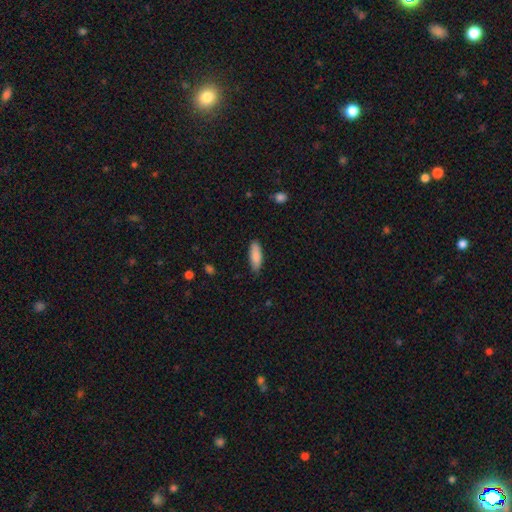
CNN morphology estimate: Smooth or featured? smooth (87%)
How rounded? in between (58%)
Merging? none (83%)